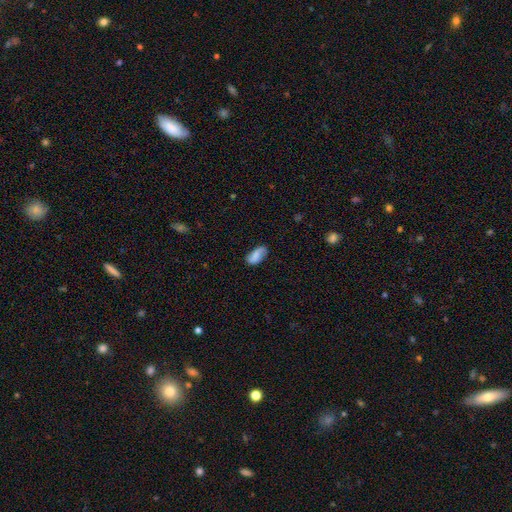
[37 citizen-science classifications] smooth_or_featured: smooth (p=0.73) [alt: featured or disk p=0.24]
how_rounded: in between (p=0.89) [alt: cigar-shaped p=0.07]
merging: none (p=0.69) [alt: minor disturbance p=0.28]